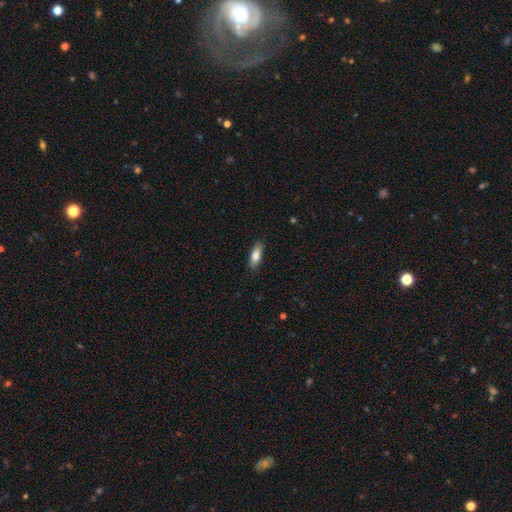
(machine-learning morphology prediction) Smooth or featured? smooth (76%)
How rounded? in between (62%)
Merging? none (87%)